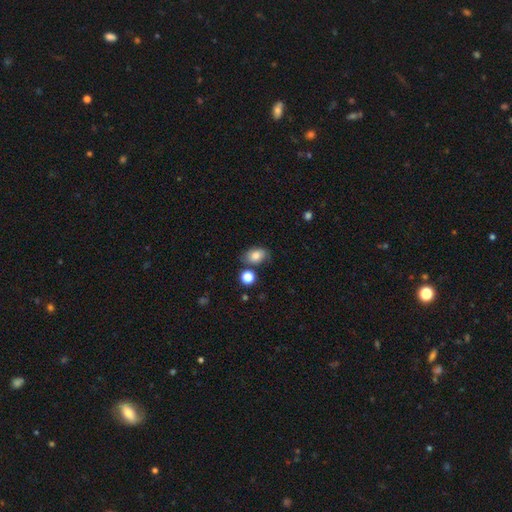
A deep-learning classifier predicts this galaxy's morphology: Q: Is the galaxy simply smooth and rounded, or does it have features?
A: smooth — 80%.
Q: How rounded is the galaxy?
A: in between — 80%.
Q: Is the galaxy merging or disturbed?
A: none — 70%.